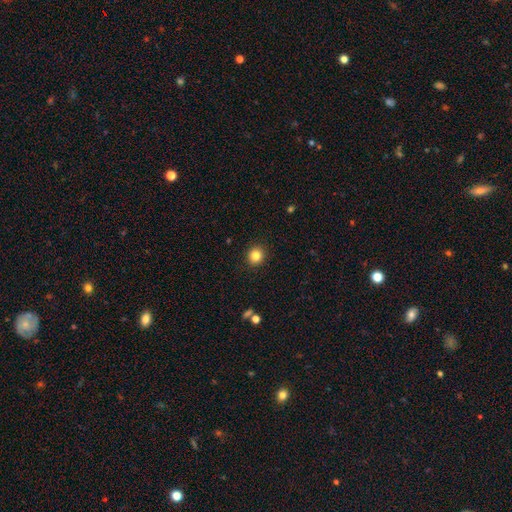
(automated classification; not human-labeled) smooth-or-featured: smooth: 83% | star or artifact: 11% | featured or disk: 6%
  how-rounded: round: 90% | in between: 10% | cigar-shaped: 1%
  merging: none: 92% | minor disturbance: 5% | major disturbance: 2% | merger: 1%